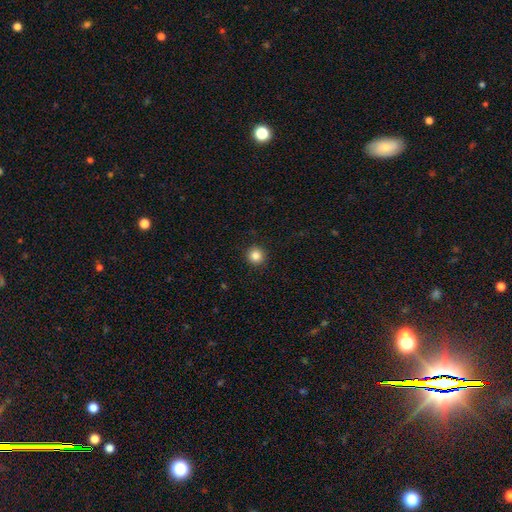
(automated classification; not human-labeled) smooth 85%, star or artifact 11%, featured or disk 4%. Down the decision tree: how rounded — round (95%); merging — none (93%).